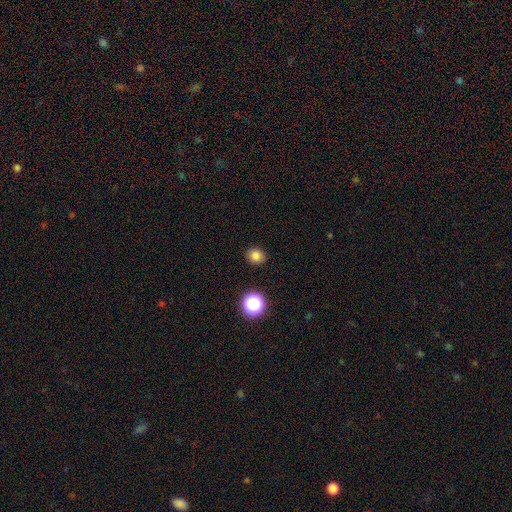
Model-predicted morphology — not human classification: Q: Smooth or featured?
A: smooth (81%); runner-up: star or artifact (14%)
Q: How rounded?
A: round (79%); runner-up: in between (20%)
Q: Merging?
A: none (90%); runner-up: minor disturbance (7%)